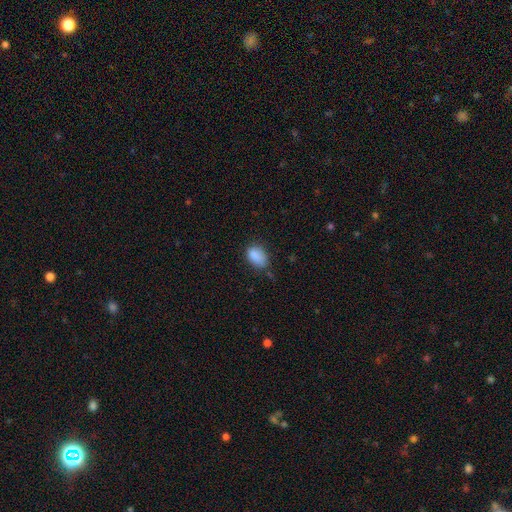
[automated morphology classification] Q: Smooth or featured?
A: smooth (86%); runner-up: star or artifact (9%)
Q: How rounded?
A: in between (86%); runner-up: round (13%)
Q: Merging?
A: none (63%); runner-up: minor disturbance (28%)